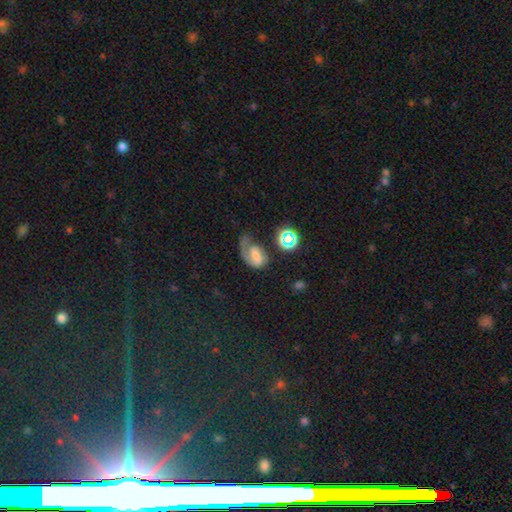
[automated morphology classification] A featured or disk galaxy (54%) with no bar (45%), spiral arms (84%) and a moderate central bulge (28%, tied with small). Merging: major disturbance (41%).